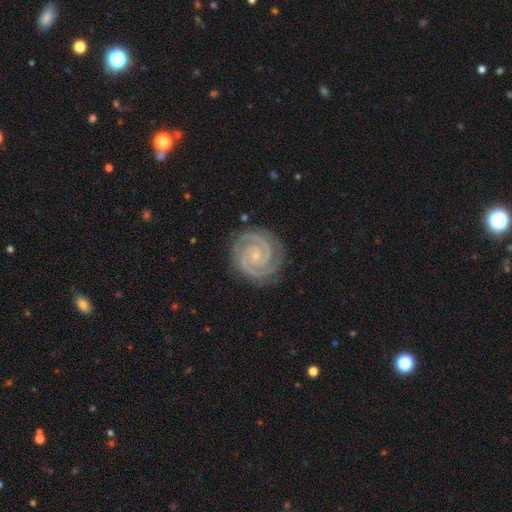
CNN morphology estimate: featured or disk 94%, star or artifact 4%, smooth 2%. Down the decision tree: edge-on disk — no (98%); bar — no (70%); spiral arms — yes (99%); spiral arm count — 2 (87%); spiral winding — tight (83%); bulge size — small (82%); merging — none (86%).